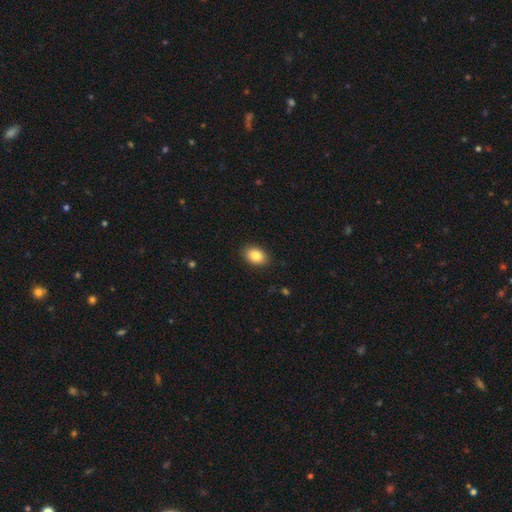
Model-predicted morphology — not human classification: Smooth or featured: smooth — 86% (star or artifact — 8%)
How rounded: in between — 82% (round — 17%)
Merging: none — 89% (minor disturbance — 8%)